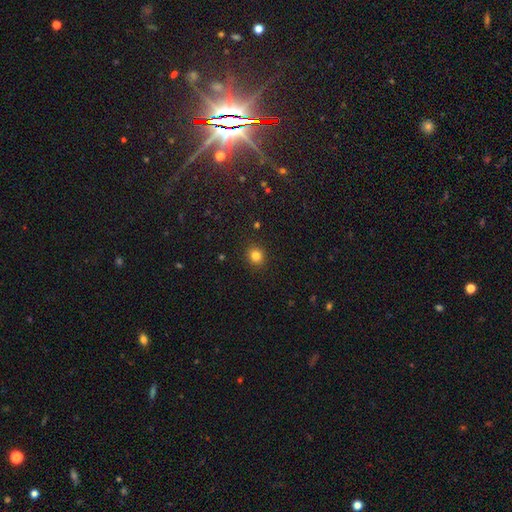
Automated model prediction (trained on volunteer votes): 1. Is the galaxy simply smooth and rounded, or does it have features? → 82% smooth, 13% star or artifact, 5% featured or disk.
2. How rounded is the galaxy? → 82% round, 17% in between, 1% cigar-shaped.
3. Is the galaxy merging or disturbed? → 91% none, 6% minor disturbance, 2% major disturbance, 1% merger.